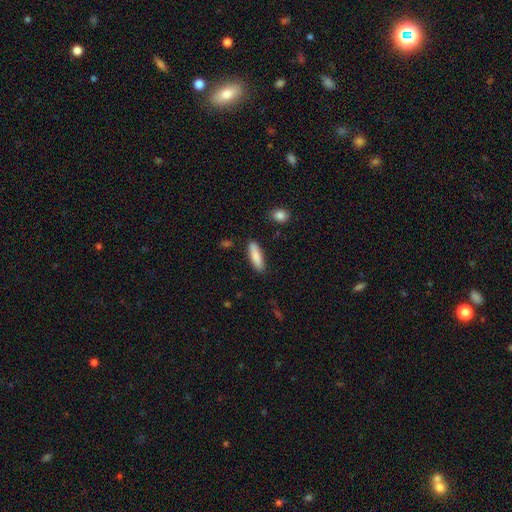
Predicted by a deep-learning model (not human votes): Q: Smooth or featured?
A: smooth (85%); runner-up: featured or disk (9%)
Q: How rounded?
A: cigar-shaped (61%); runner-up: in between (37%)
Q: Merging?
A: none (86%); runner-up: minor disturbance (10%)